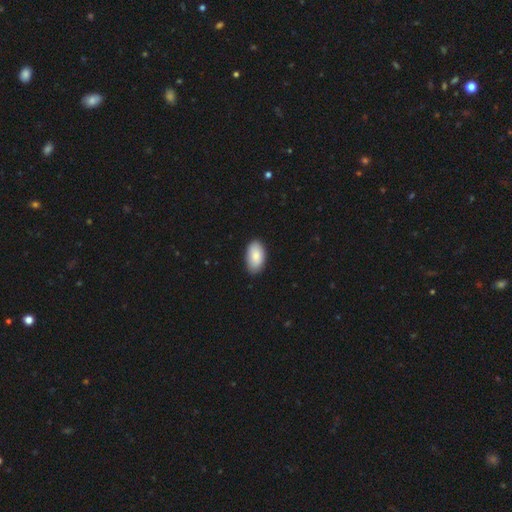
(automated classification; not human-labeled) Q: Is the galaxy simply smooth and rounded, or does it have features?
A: smooth — 86%.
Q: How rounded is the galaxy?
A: in between — 95%.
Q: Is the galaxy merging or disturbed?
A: none — 85%.